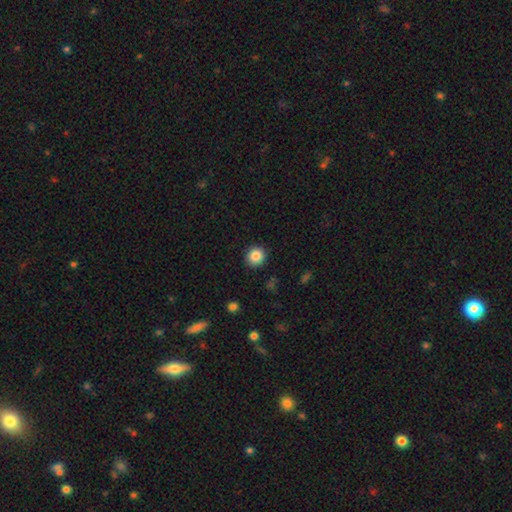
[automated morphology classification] type=smooth (86%); roundness=round (91%); merging=none (91%).